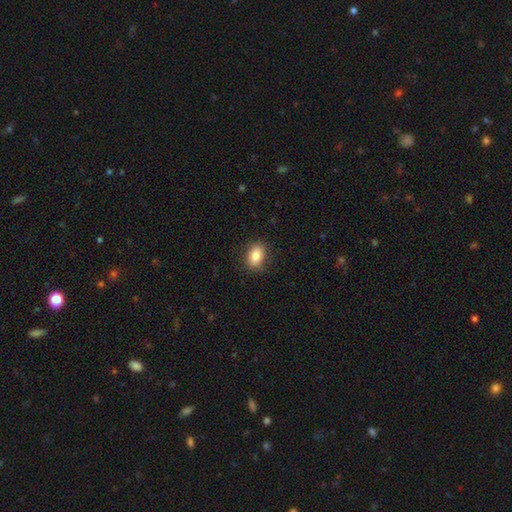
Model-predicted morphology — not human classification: Smooth or featured? smooth (85%)
How rounded? in between (79%)
Merging? none (84%)